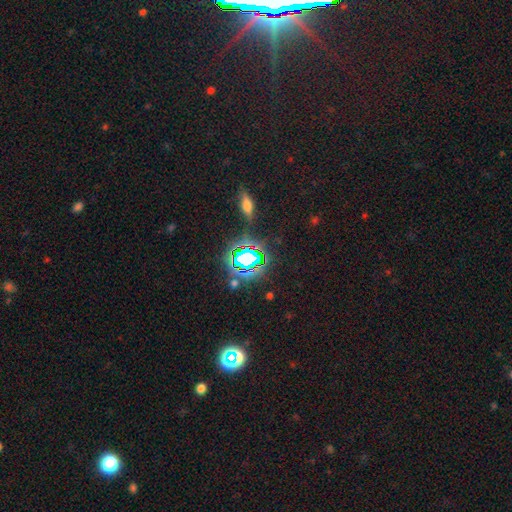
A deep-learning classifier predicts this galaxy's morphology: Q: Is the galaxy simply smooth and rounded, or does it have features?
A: star or artifact — 72%.